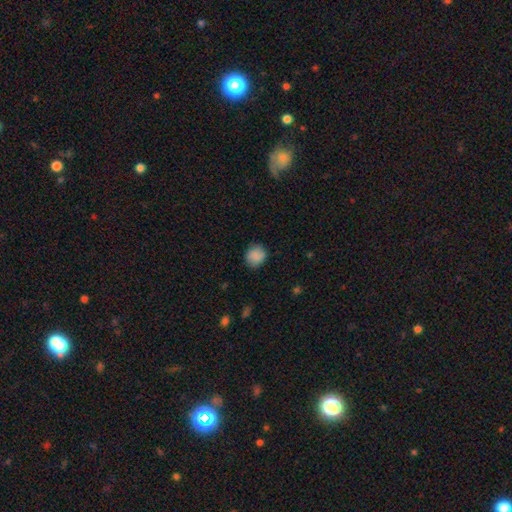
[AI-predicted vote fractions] Overall: smooth (87%). How rounded: round (82%). Merging: none (82%).